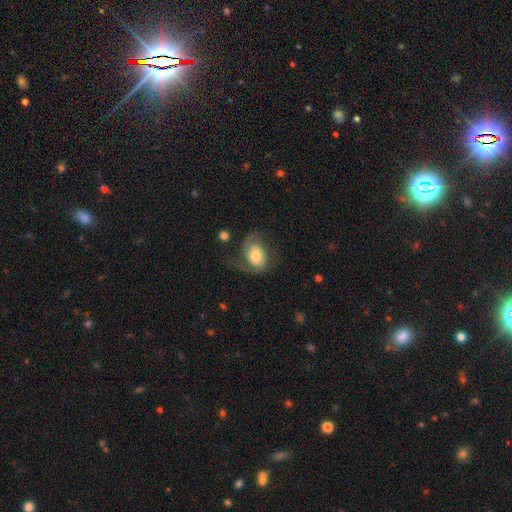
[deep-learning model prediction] Smooth or featured? Predicted: featured or disk (p=0.62). Edge-on disk? Predicted: no (p=0.96). Bar? Predicted: no (p=0.69). Spiral arms? Predicted: yes (p=0.85). Spiral winding? Predicted: medium (p=0.42). Spiral arm count? Predicted: 2 (p=0.68). Bulge size? Predicted: moderate (p=0.66). Merging? Predicted: none (p=0.47).